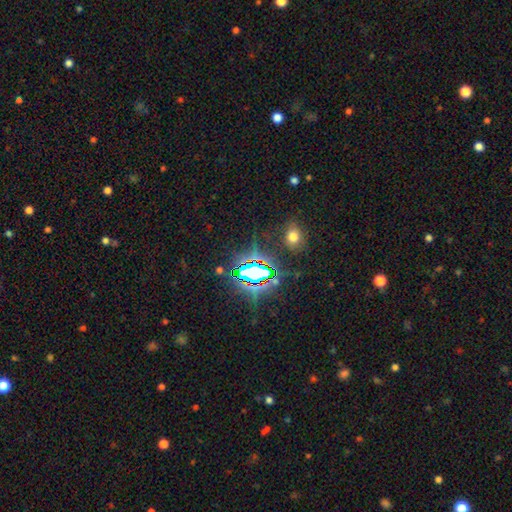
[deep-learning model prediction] smooth-or-featured: star or artifact: 73% | smooth: 16% | featured or disk: 11%